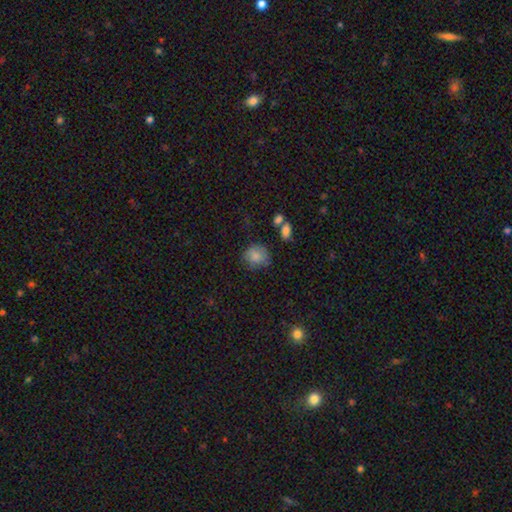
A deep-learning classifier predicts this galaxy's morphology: The model was most divided on "merging": none: 68%, minor disturbance: 22%, major disturbance: 6%, merger: 4%. More confident: smooth or featured — smooth (82%); how rounded — round (79%).